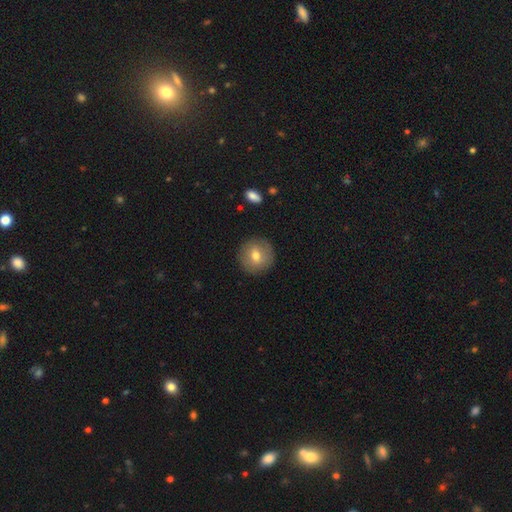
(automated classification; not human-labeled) smooth_or_featured: smooth (p=0.69) [alt: featured or disk p=0.23]
how_rounded: round (p=0.91) [alt: in between p=0.08]
merging: none (p=0.88) [alt: minor disturbance p=0.08]